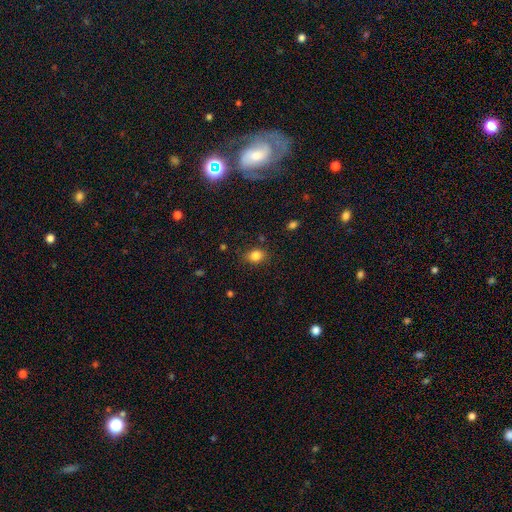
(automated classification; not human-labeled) smooth 83%, star or artifact 11%, featured or disk 6%. Down the decision tree: how rounded — in between (60%); merging — none (82%).